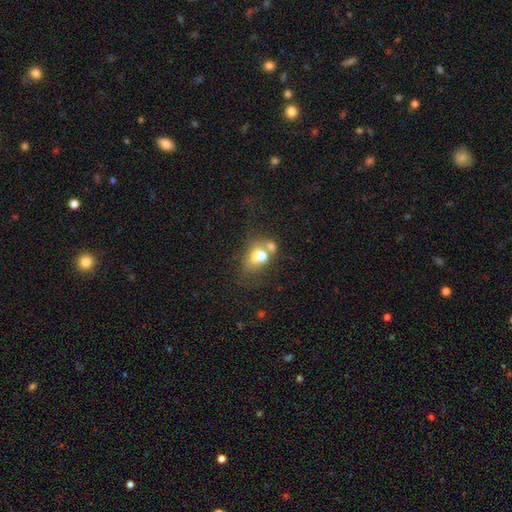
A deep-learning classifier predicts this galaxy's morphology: A smooth galaxy with no disk features (64%) that is in between round and cigar-shaped (56%).

Vote fractions:
- Smooth or featured? smooth: 64% / featured or disk: 24% / star or artifact: 13%
- How rounded? in between: 56% / round: 43% / cigar-shaped: 2%
- Merging? merger: 54% / none: 24% / minor disturbance: 11% / major disturbance: 11%